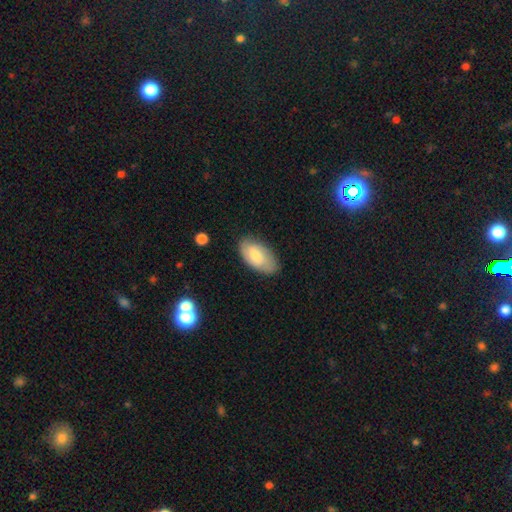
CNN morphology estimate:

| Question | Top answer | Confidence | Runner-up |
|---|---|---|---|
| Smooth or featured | smooth | 69% | featured or disk (25%) |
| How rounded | in between | 94% | cigar-shaped (3%) |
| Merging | none | 79% | minor disturbance (16%) |